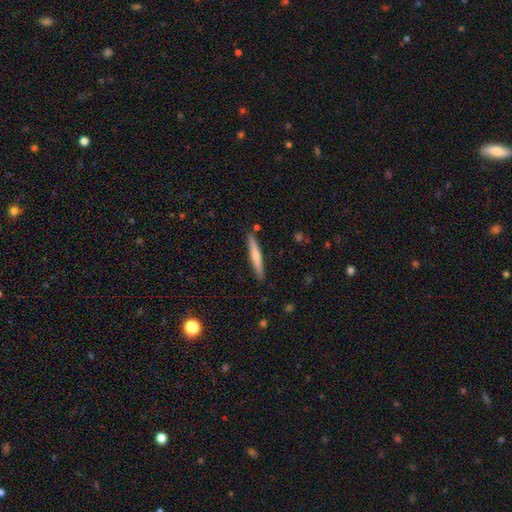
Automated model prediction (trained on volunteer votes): smooth 56%, featured or disk 39%, star or artifact 5%. Down the decision tree: how rounded — cigar-shaped (95%); merging — none (89%).